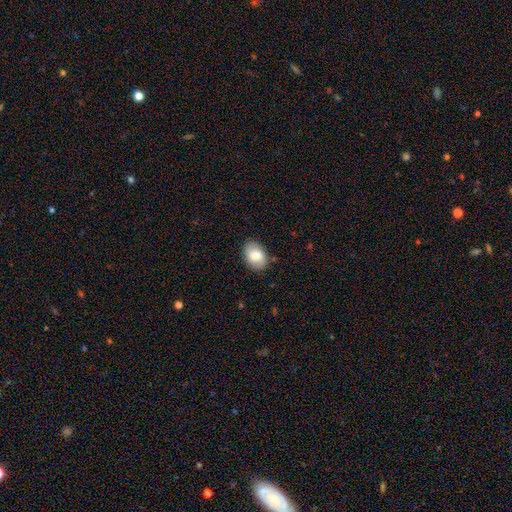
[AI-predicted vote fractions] Smooth or featured: smooth — 80% (featured or disk — 13%)
How rounded: in between — 84% (round — 15%)
Merging: none — 82% (minor disturbance — 14%)